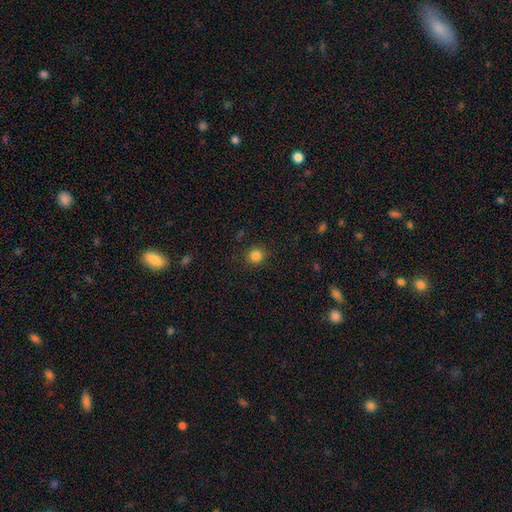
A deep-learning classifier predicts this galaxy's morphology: Overall: smooth (84%). How rounded: round (92%). Merging: none (89%).